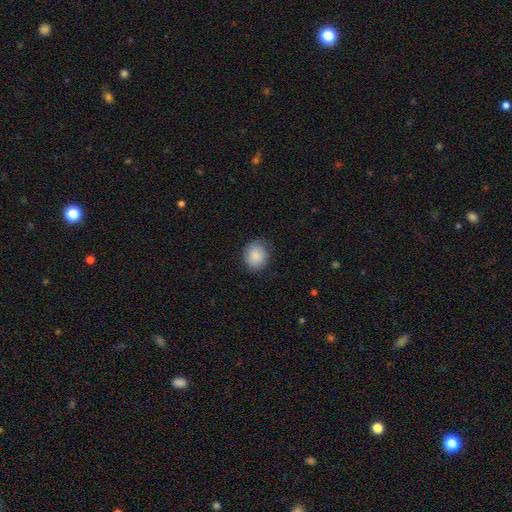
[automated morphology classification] A smooth galaxy with no disk features (88%) that is round (79%). Merging: none (85%).